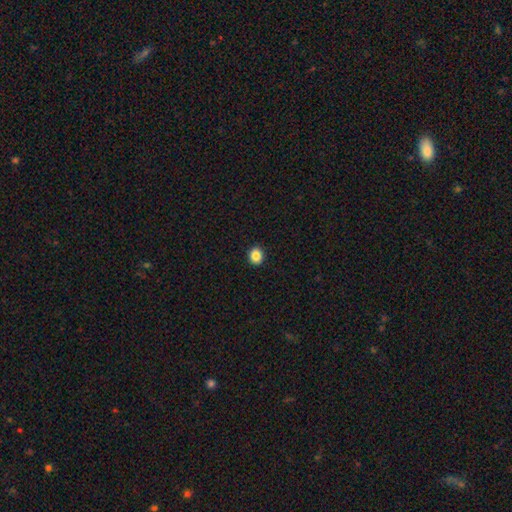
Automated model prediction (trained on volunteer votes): Overall: smooth (86%). How rounded: round (75%). Merging: none (92%).